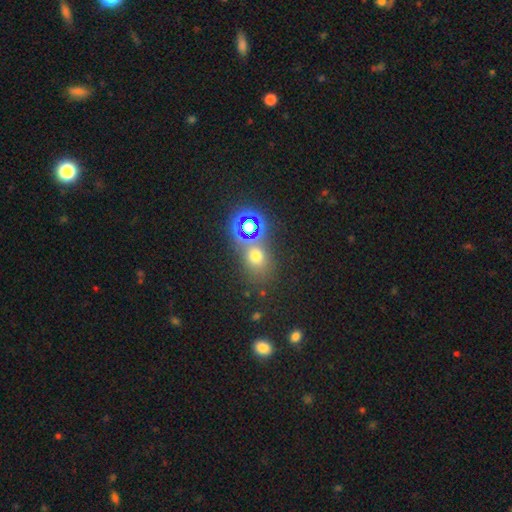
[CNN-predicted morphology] A smooth galaxy with no disk features (56%) that is round (56%). Merging: none (65%).